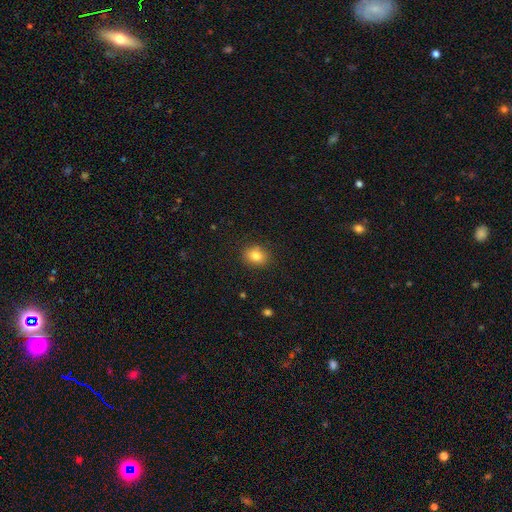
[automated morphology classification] A smooth galaxy with no disk features (83%) that is round (54%). Merging: none (87%).